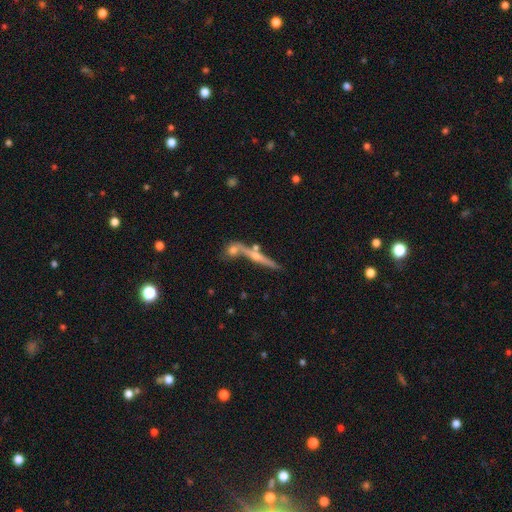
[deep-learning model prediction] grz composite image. It shows a featured or disk galaxy (54%) viewed edge-on (82%). Merging: none (51%).